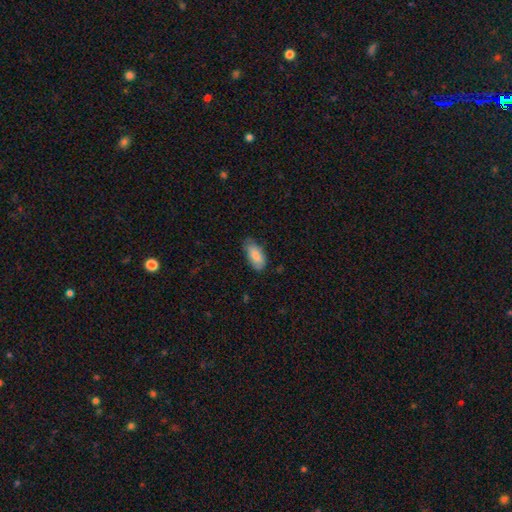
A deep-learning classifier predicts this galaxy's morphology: Q: Smooth or featured?
A: smooth (86%); runner-up: featured or disk (8%)
Q: How rounded?
A: in between (91%); runner-up: cigar-shaped (7%)
Q: Merging?
A: none (71%); runner-up: minor disturbance (24%)